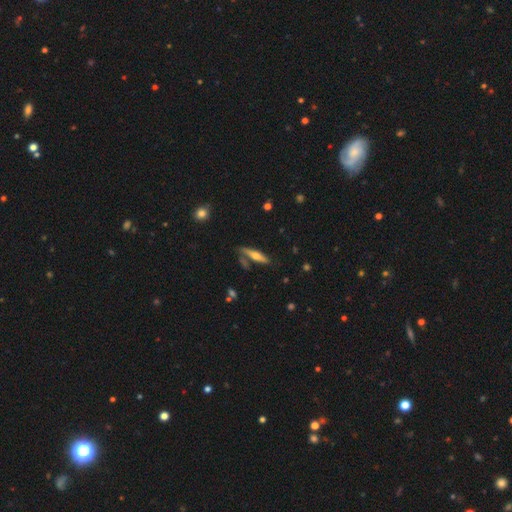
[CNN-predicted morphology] Smooth or featured?
  - featured or disk: 51% *
  - smooth: 43%
  - star or artifact: 7%
Edge-on disk?
  - yes: 92% *
  - no: 8%
Merging?
  - none: 70% *
  - minor disturbance: 16%
  - merger: 10%
  - major disturbance: 4%